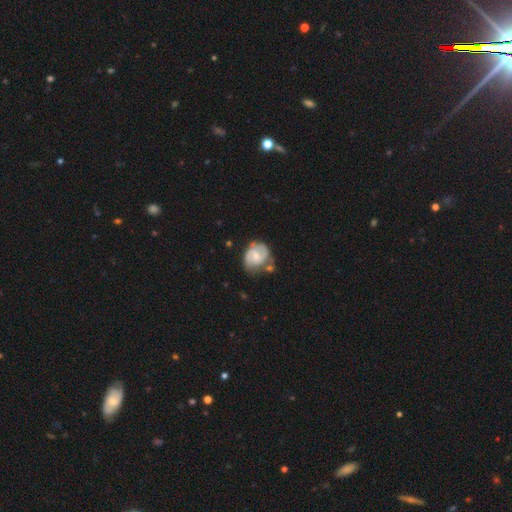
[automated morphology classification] Q: Smooth or featured?
A: featured or disk (67%); runner-up: smooth (27%)
Q: Edge-on disk?
A: no (98%); runner-up: yes (2%)
Q: Bar?
A: no (52%); runner-up: weak (42%)
Q: Spiral arms?
A: yes (88%); runner-up: no (12%)
Q: Spiral winding?
A: tight (43%); runner-up: medium (42%)
Q: Spiral arm count?
A: 2 (71%); runner-up: can't tell (15%)
Q: Bulge size?
A: moderate (46%); runner-up: small (45%)
Q: Merging?
A: none (53%); runner-up: minor disturbance (26%)